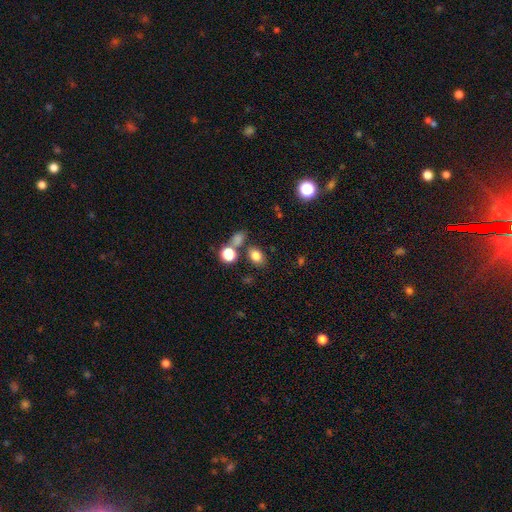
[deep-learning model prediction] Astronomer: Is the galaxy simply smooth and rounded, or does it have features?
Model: smooth — 80%.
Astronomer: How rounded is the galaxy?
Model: in between — 66%.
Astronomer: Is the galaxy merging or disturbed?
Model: none — 71%.